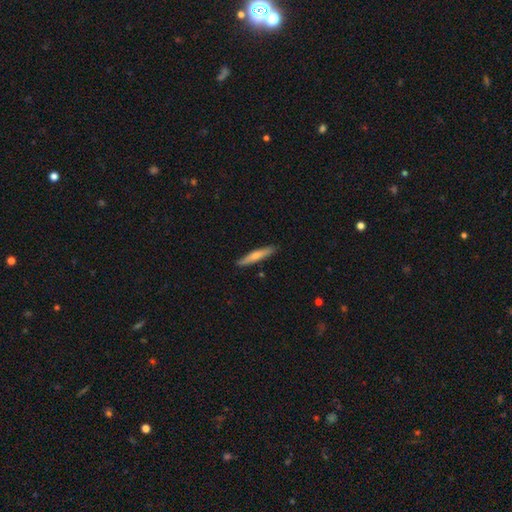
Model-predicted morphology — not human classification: Smooth or featured: smooth — 67% (featured or disk — 28%)
How rounded: cigar-shaped — 92% (in between — 7%)
Merging: none — 87% (minor disturbance — 10%)